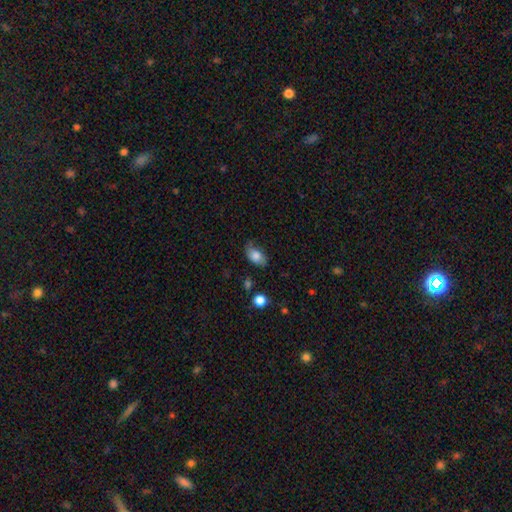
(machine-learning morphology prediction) Smooth or featured?
  - smooth: 81% *
  - featured or disk: 11%
  - star or artifact: 8%
How rounded?
  - in between: 90% *
  - round: 8%
  - cigar-shaped: 2%
Merging?
  - none: 65% *
  - minor disturbance: 27%
  - major disturbance: 6%
  - merger: 2%